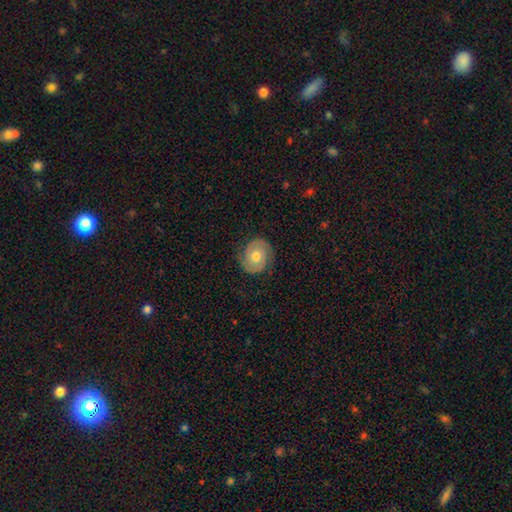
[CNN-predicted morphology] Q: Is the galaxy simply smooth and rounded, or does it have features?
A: featured or disk — 68%.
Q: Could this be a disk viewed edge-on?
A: no — 97%.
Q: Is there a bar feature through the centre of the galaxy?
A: no — 77%.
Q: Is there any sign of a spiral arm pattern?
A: yes — 87%.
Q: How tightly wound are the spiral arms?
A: tight — 59%.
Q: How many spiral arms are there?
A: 2 — 86%.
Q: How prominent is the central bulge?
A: moderate — 78%.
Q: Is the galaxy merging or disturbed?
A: none — 82%.